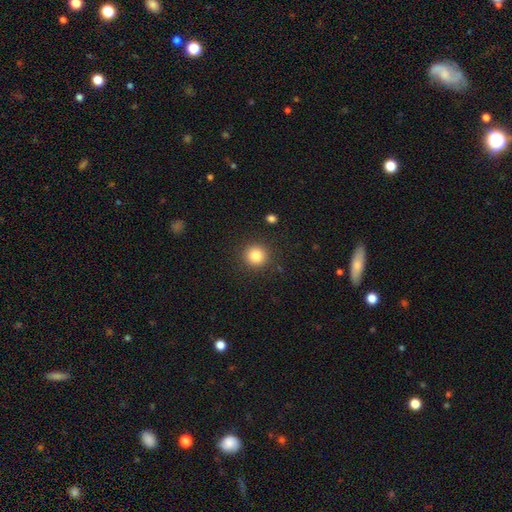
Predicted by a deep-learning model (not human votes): This is clearly a smooth galaxy (84%). How rounded: clearly round (93%). Merging: clearly none (89%).